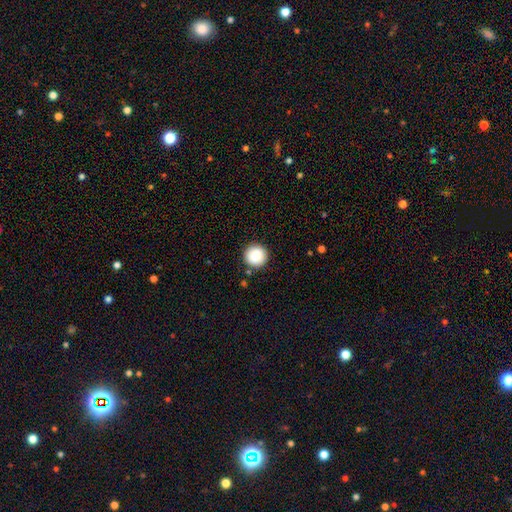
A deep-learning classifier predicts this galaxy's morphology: Smooth or featured? Predicted: smooth (p=0.87). How rounded? Predicted: round (p=0.96). Merging? Predicted: none (p=0.90).